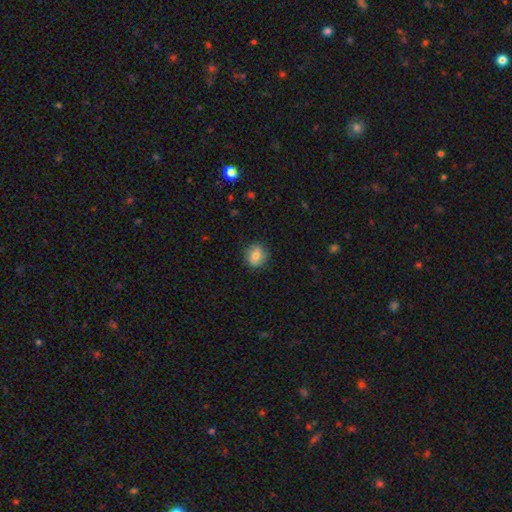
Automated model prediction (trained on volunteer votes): The model was most divided on "how rounded": round: 76%, in between: 22%, cigar-shaped: 1%. More confident: merging — none (85%); smooth or featured — smooth (76%).